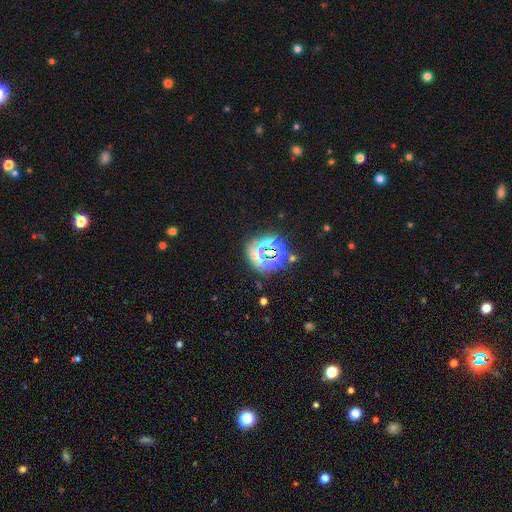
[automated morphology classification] A star or artifact, not a galaxy (63%).

Vote fractions:
- Smooth or featured? star or artifact: 63% / smooth: 26% / featured or disk: 12%